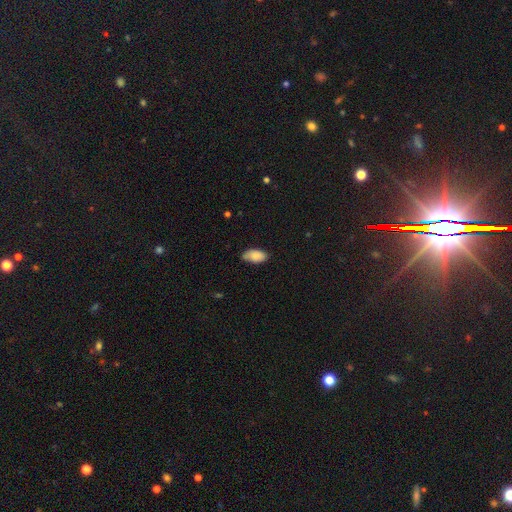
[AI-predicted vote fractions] This is clearly a smooth galaxy (87%). How rounded: clearly in between (94%). Merging: likely none (71%).